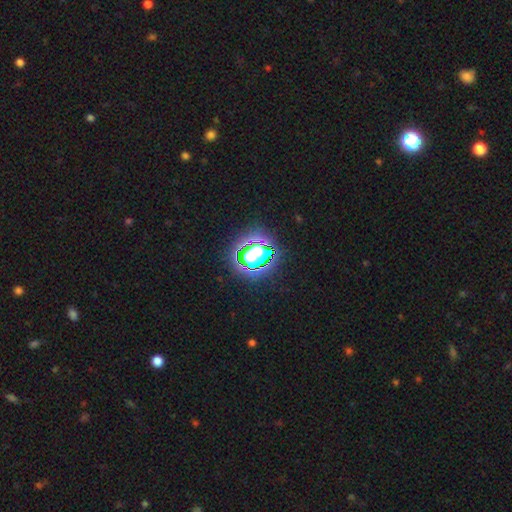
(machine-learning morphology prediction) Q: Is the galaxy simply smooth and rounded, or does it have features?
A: star or artifact — 54%.